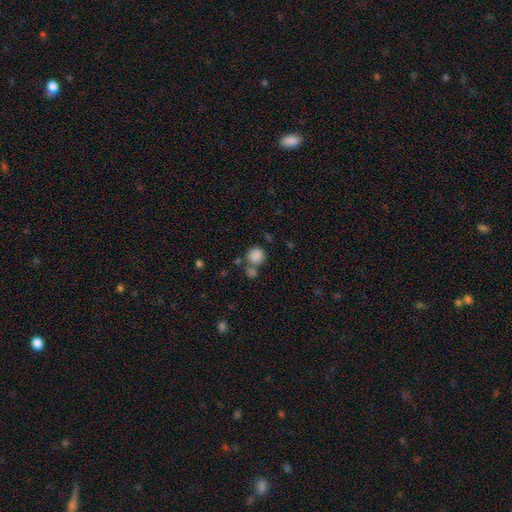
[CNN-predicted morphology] Smooth or featured?
  - smooth: 84% *
  - star or artifact: 10%
  - featured or disk: 5%
How rounded?
  - round: 88% *
  - in between: 11%
  - cigar-shaped: 1%
Merging?
  - none: 56% *
  - merger: 28%
  - minor disturbance: 11%
  - major disturbance: 5%